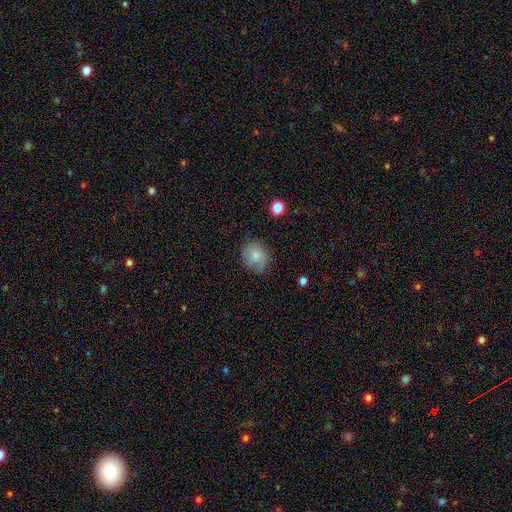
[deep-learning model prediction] Smooth or featured: smooth — 76% (featured or disk — 15%)
How rounded: round — 65% (in between — 34%)
Merging: none — 70% (minor disturbance — 22%)